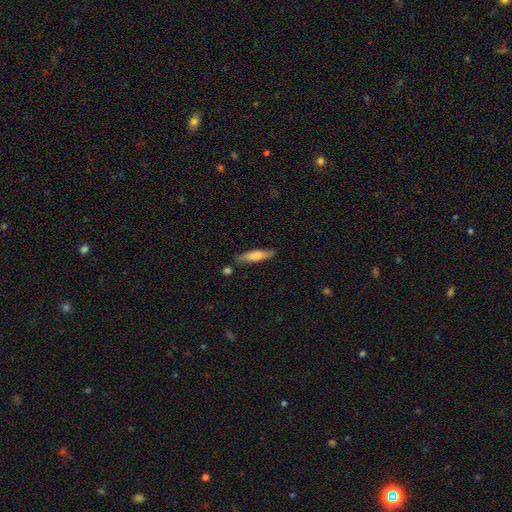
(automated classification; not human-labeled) Smooth or featured? smooth (66%)
How rounded? cigar-shaped (72%)
Merging? none (77%)